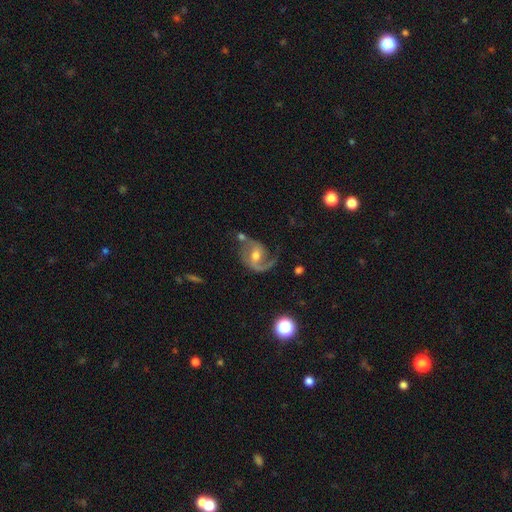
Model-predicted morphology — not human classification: featured or disk 85%, smooth 9%, star or artifact 6%. Down the decision tree: edge-on disk — no (98%); bar — weak (49%); spiral arms — yes (95%); spiral arm count — 2 (64%); spiral winding — medium (50%); bulge size — moderate (69%); merging — none (54%).